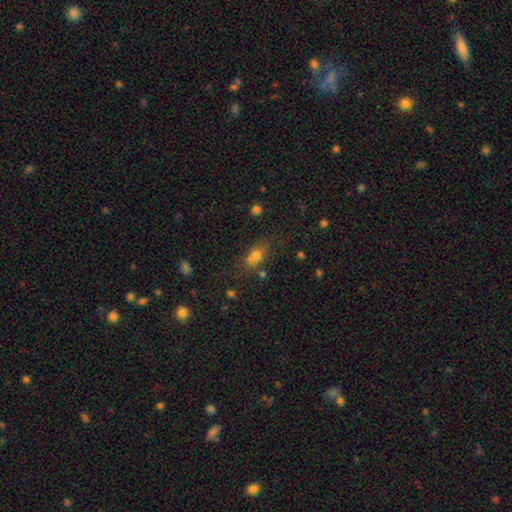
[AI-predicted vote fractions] smooth_or_featured: smooth (p=0.69) [alt: star or artifact p=0.17]
how_rounded: in between (p=0.67) [alt: round p=0.25]
merging: none (p=0.56) [alt: merger p=0.20]